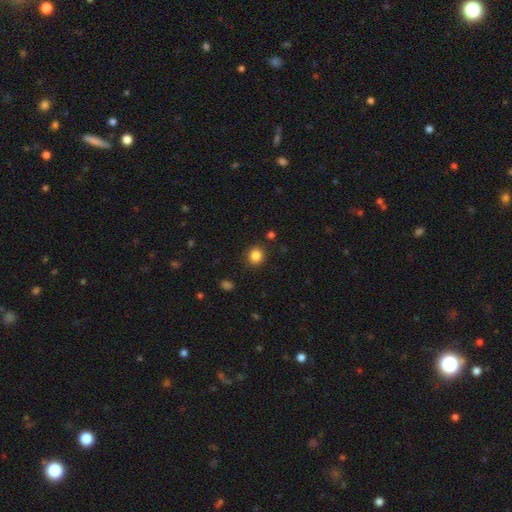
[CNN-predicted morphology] Overall: smooth (84%). How rounded: round (89%). Merging: none (90%).